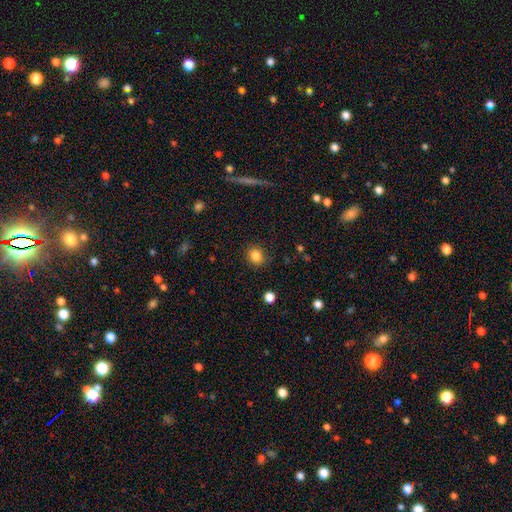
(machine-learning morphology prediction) smooth 84%, star or artifact 11%, featured or disk 5%. Down the decision tree: how rounded — round (84%); merging — none (88%).